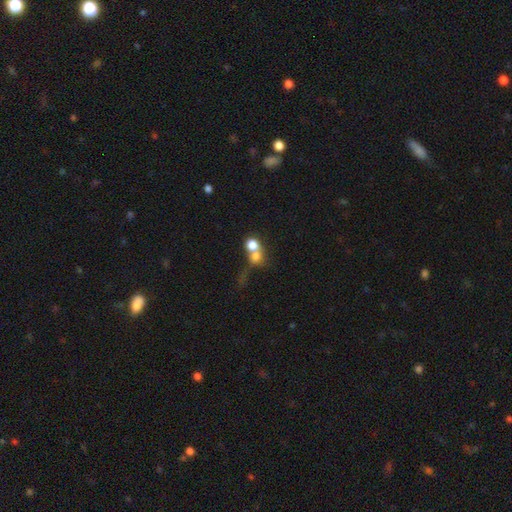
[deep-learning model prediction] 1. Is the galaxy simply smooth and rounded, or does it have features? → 70% smooth, 16% featured or disk, 14% star or artifact.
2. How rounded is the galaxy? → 78% round, 21% in between, 2% cigar-shaped.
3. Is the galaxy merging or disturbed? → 60% merger, 26% none, 8% major disturbance, 6% minor disturbance.